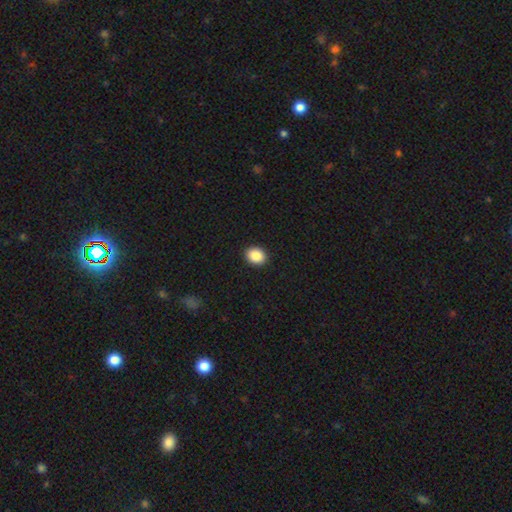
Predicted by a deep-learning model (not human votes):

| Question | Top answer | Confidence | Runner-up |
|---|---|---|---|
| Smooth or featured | smooth | 88% | star or artifact (8%) |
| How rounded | round | 53% | in between (46%) |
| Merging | none | 92% | minor disturbance (5%) |